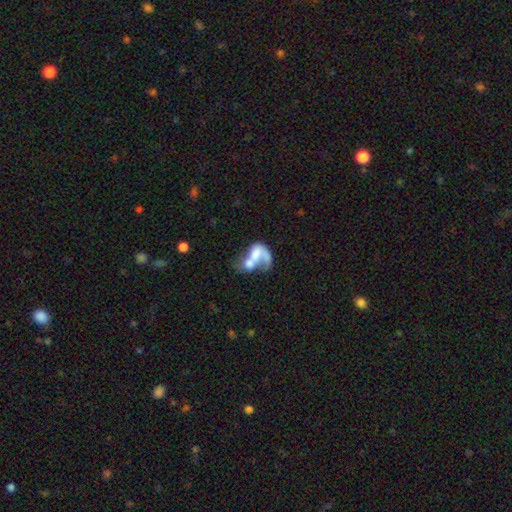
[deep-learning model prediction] A featured or disk galaxy (51%). Merging: merger (62%).